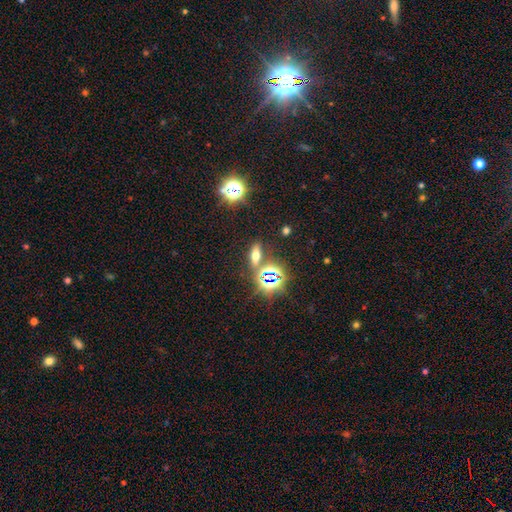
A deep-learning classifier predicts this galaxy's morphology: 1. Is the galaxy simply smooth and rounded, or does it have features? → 40% smooth, 39% star or artifact, 21% featured or disk.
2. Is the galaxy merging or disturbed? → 79% none, 9% minor disturbance, 8% merger, 4% major disturbance.